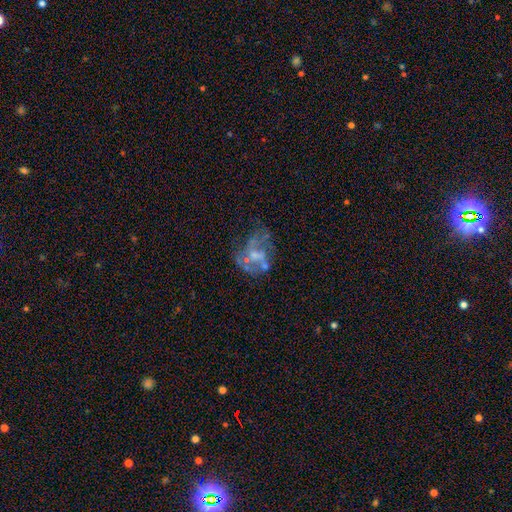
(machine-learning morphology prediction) A featured or disk galaxy (66%) with no bar (75%), no spiral arms (68%) and a small central bulge (35%).

Vote fractions:
- Smooth or featured? featured or disk: 66% / smooth: 19% / star or artifact: 15%
- Edge-on disk? no: 98% / yes: 2%
- Bar? no: 75% / weak: 21% / strong: 4%
- Spiral arms? no: 68% / yes: 32%
- Bulge size? small: 35% / none: 34% / moderate: 27% / large: 3% / dominant: 1%
- Merging? none: 42% / major disturbance: 29% / minor disturbance: 17% / merger: 12%